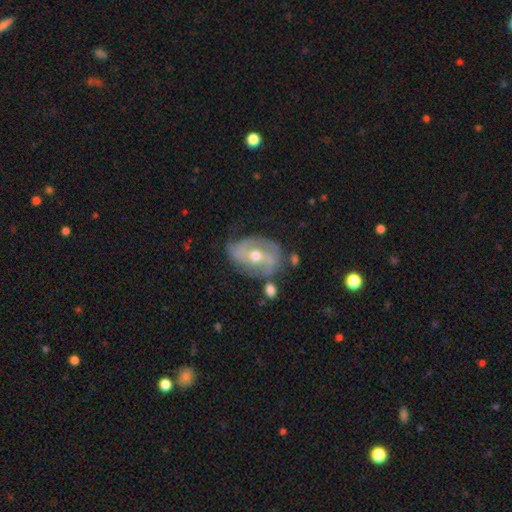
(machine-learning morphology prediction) featured or disk 82%, smooth 12%, star or artifact 6%. Down the decision tree: edge-on disk — no (96%); bar — no (40%); spiral arms — yes (90%); spiral arm count — 2 (59%); spiral winding — medium (43%); bulge size — moderate (63%); merging — none (60%).